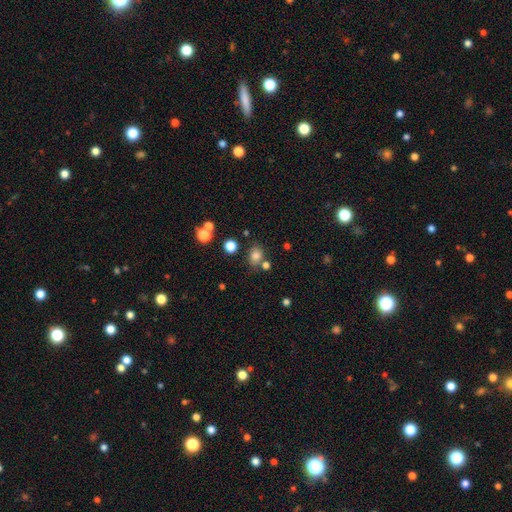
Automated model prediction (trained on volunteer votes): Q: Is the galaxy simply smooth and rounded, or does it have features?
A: smooth — 79%.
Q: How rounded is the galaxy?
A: in between — 53%.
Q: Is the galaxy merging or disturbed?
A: none — 71%.